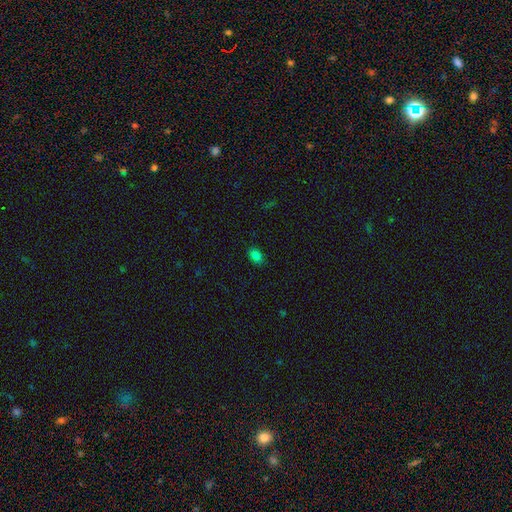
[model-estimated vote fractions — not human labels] The model was most divided on "how rounded": in between: 79%, round: 20%, cigar-shaped: 1%. More confident: merging — none (87%); smooth or featured — smooth (82%).